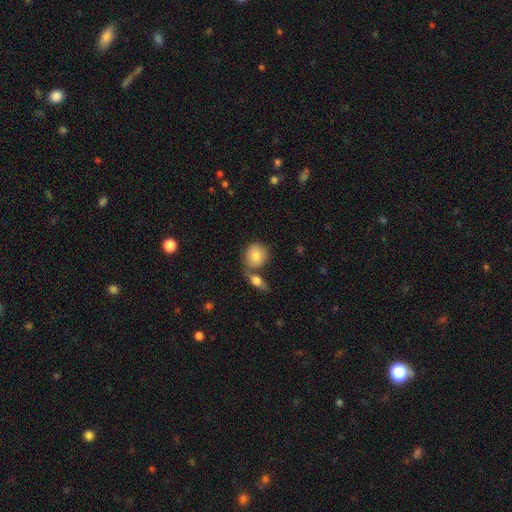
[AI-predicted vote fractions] A smooth galaxy with no disk features (80%) that is round (78%). Merging: none (53%).